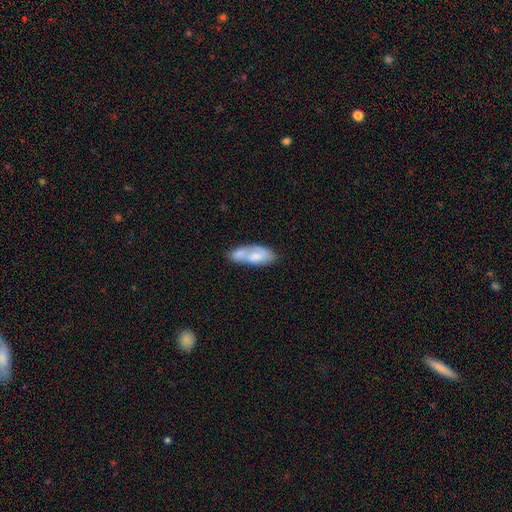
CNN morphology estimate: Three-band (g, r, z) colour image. It shows a smooth galaxy with no disk features (60%) that is in between round and cigar-shaped (83%). Merging: merger (37%).